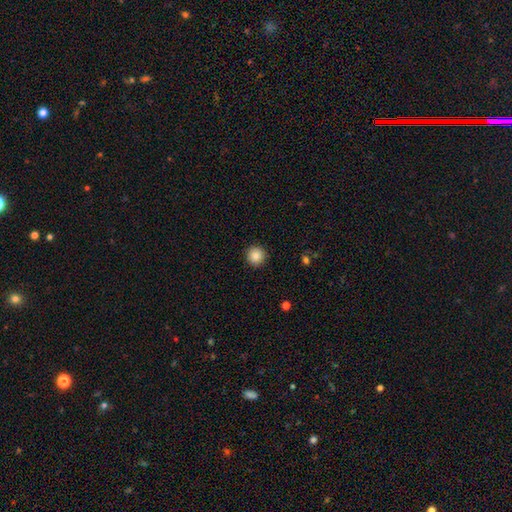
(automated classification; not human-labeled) Q: Smooth or featured?
A: smooth (87%); runner-up: star or artifact (10%)
Q: How rounded?
A: round (95%); runner-up: in between (4%)
Q: Merging?
A: none (92%); runner-up: minor disturbance (6%)